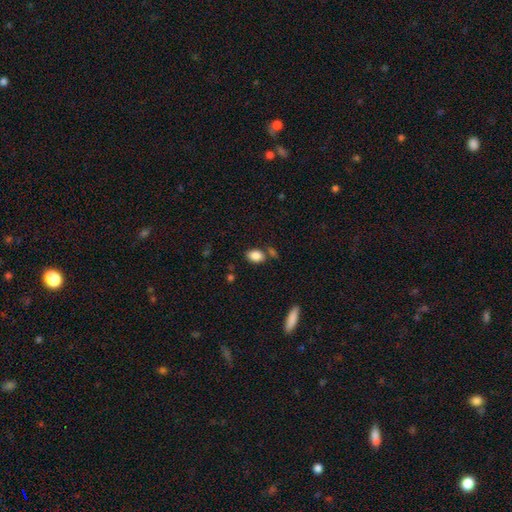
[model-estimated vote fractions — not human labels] Q: Smooth or featured?
A: smooth (86%); runner-up: star or artifact (8%)
Q: How rounded?
A: in between (84%); runner-up: round (15%)
Q: Merging?
A: none (68%); runner-up: merger (14%)